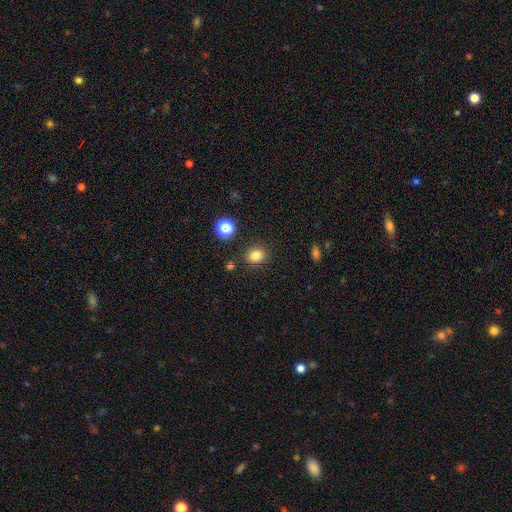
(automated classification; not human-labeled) Smooth or featured? smooth (80%)
How rounded? round (66%)
Merging? none (86%)